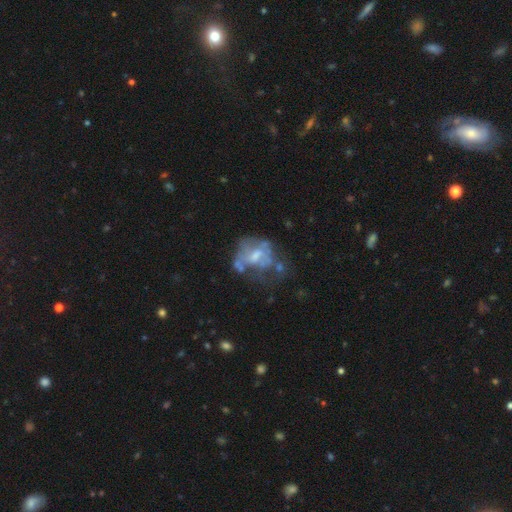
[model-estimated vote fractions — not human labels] Smooth or featured: featured or disk — 62% (smooth — 25%)
Edge-on disk: no — 97% (yes — 3%)
Bar: no — 67% (weak — 27%)
Spiral arms: no — 77% (yes — 23%)
Bulge size: moderate — 43% (small — 34%)
Merging: major disturbance — 33% (none — 32%)